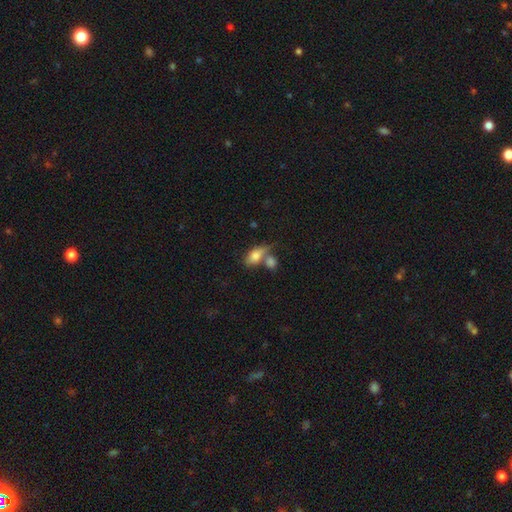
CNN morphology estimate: smooth 77%, featured or disk 15%, star or artifact 8%. Down the decision tree: how rounded — in between (84%); merging — merger (45%).